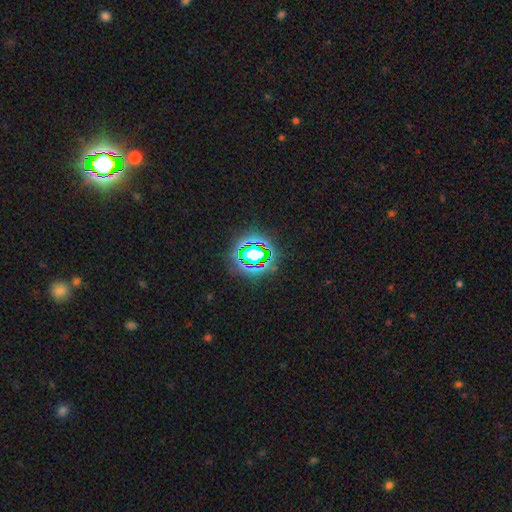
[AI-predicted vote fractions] A star or artifact, not a galaxy (67%).

Vote fractions:
- Smooth or featured? star or artifact: 67% / smooth: 20% / featured or disk: 12%